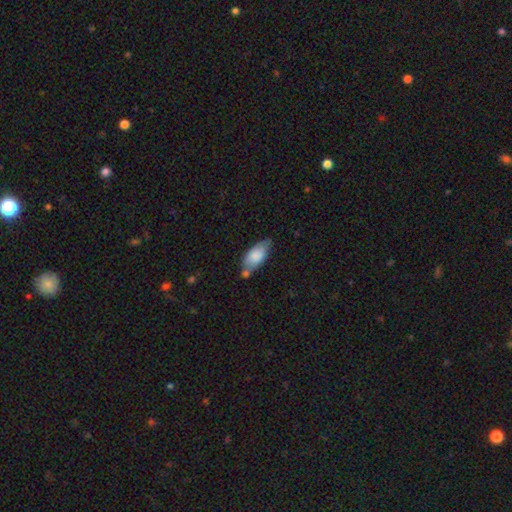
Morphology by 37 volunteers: smooth 86%, featured or disk 11%, star or artifact 3%. Down the decision tree: how rounded — in between (88%); merging — minor disturbance (47%).